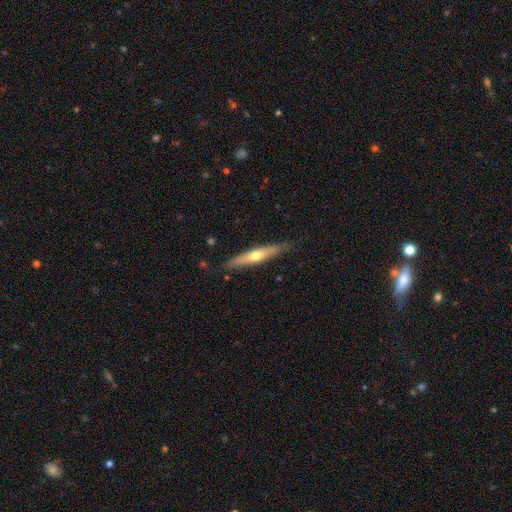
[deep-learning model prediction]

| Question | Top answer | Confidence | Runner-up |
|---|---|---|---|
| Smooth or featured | featured or disk | 53% | smooth (42%) |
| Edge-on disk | yes | 90% | no (10%) |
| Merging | none | 85% | minor disturbance (12%) |